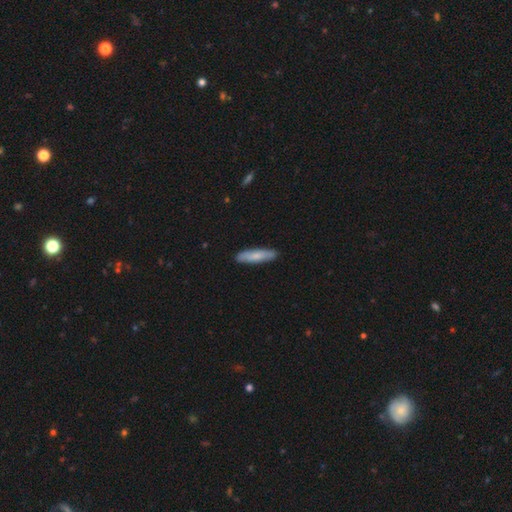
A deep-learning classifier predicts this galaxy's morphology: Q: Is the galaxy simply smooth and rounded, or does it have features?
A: smooth — 72%.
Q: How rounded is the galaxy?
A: cigar-shaped — 79%.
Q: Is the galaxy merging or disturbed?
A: none — 87%.